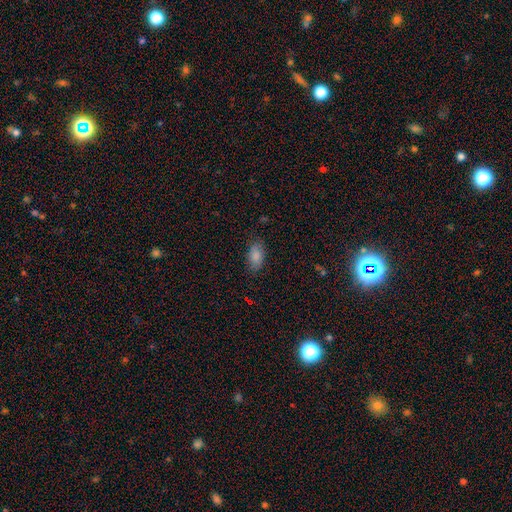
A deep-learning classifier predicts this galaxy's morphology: Smooth or featured?
  - smooth: 85% *
  - star or artifact: 8%
  - featured or disk: 7%
How rounded?
  - in between: 91% *
  - round: 5%
  - cigar-shaped: 4%
Merging?
  - none: 79% *
  - minor disturbance: 15%
  - major disturbance: 4%
  - merger: 1%